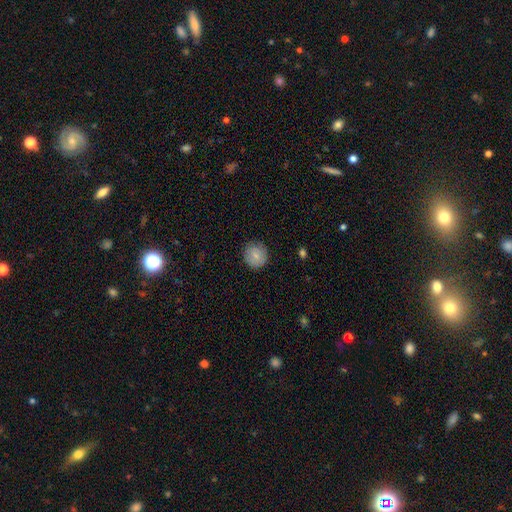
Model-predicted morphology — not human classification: This appears to be a smooth galaxy with no disk features (79%) that is round (91%). Merging: none (83%).